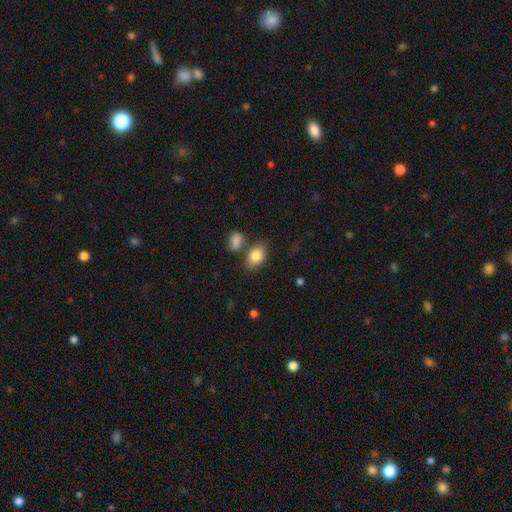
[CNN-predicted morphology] A smooth galaxy with no disk features (83%) that is in between round and cigar-shaped (83%).

Vote fractions:
- Smooth or featured? smooth: 83% / featured or disk: 9% / star or artifact: 8%
- How rounded? in between: 83% / round: 16% / cigar-shaped: 2%
- Merging? none: 68% / minor disturbance: 14% / merger: 13% / major disturbance: 4%